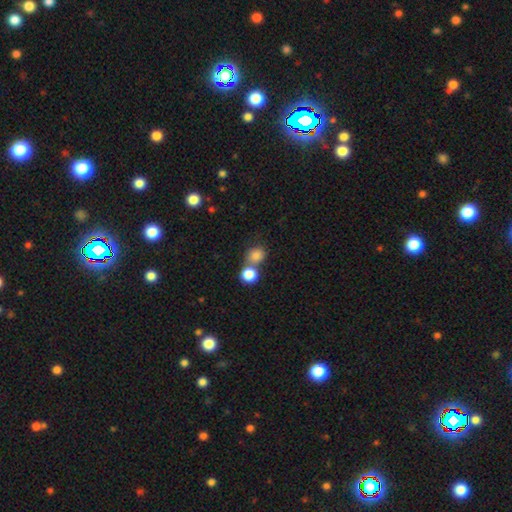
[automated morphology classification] Q: Smooth or featured?
A: smooth (83%); runner-up: star or artifact (11%)
Q: How rounded?
A: round (78%); runner-up: in between (21%)
Q: Merging?
A: none (49%); runner-up: merger (40%)